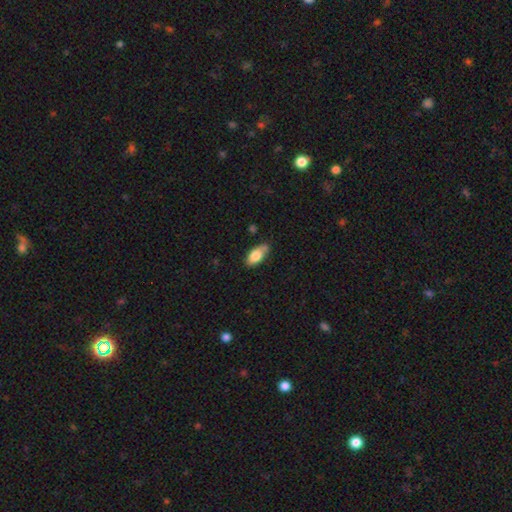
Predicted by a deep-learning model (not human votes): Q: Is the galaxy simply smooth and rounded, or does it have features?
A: smooth — 78%.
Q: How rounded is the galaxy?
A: in between — 89%.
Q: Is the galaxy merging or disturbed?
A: none — 64%.